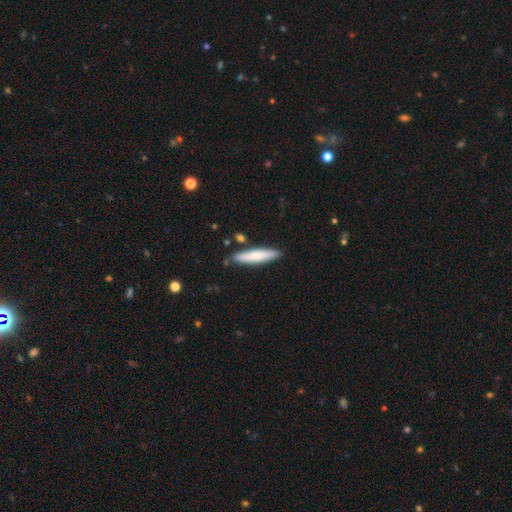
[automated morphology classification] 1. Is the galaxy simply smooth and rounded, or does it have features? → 71% smooth, 23% featured or disk, 5% star or artifact.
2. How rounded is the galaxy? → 88% cigar-shaped, 11% in between, 1% round.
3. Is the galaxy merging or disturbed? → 85% none, 10% minor disturbance, 3% merger, 2% major disturbance.